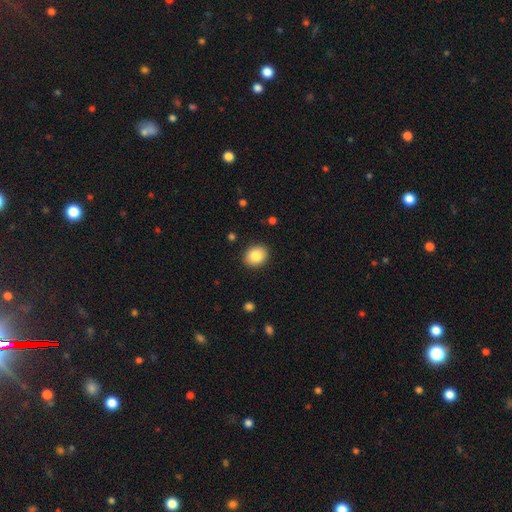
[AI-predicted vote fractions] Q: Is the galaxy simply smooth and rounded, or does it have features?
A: smooth — 85%.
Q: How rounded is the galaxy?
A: round — 57%.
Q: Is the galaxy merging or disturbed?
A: none — 89%.